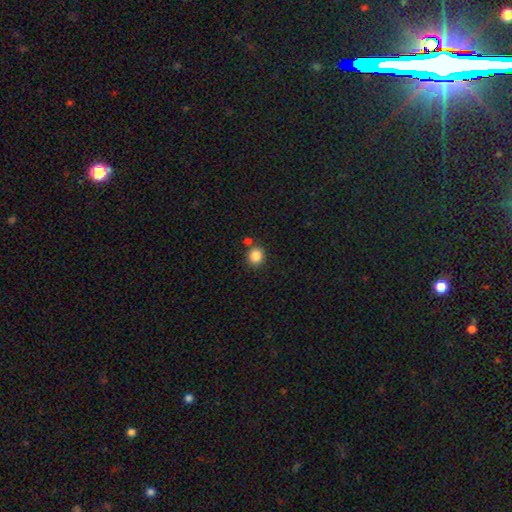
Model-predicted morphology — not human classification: This appears to be a smooth galaxy with no disk features (86%) that is round (85%). Merging: none (77%).